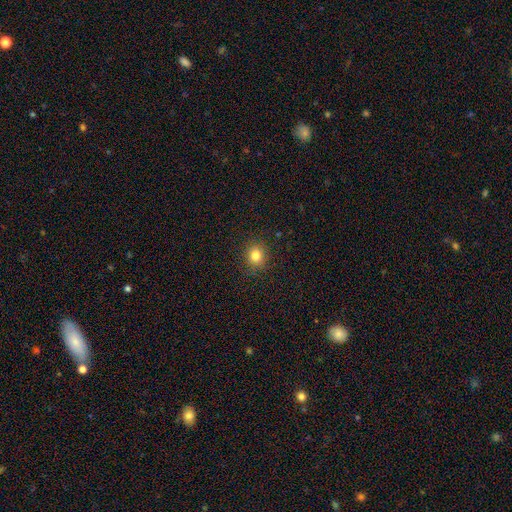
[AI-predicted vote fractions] Q: Smooth or featured?
A: smooth (82%); runner-up: star or artifact (12%)
Q: How rounded?
A: round (79%); runner-up: in between (20%)
Q: Merging?
A: none (89%); runner-up: minor disturbance (7%)